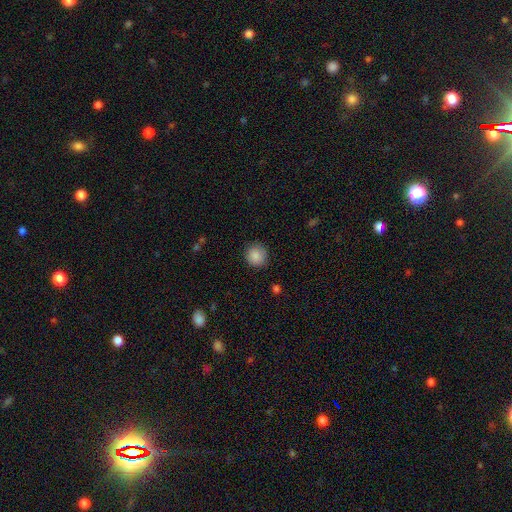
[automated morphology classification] Smooth or featured? Predicted: smooth (p=0.88). How rounded? Predicted: round (p=0.91). Merging? Predicted: none (p=0.88).